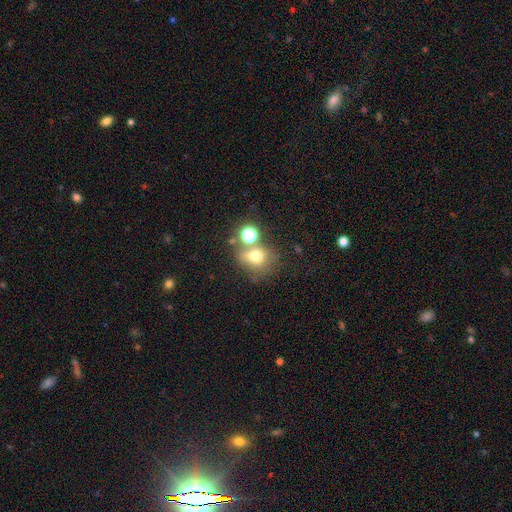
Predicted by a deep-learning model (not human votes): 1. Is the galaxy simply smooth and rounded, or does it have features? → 68% smooth, 18% star or artifact, 14% featured or disk.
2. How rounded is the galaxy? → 65% round, 34% in between, 1% cigar-shaped.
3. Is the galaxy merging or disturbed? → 49% none, 30% merger, 13% minor disturbance, 8% major disturbance.